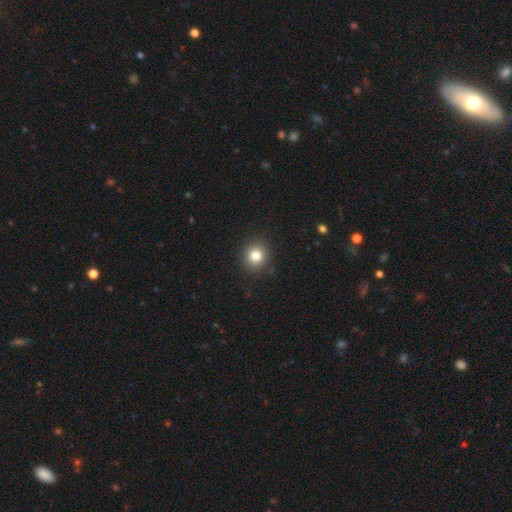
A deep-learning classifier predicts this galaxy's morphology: smooth-or-featured: smooth: 80% | star or artifact: 12% | featured or disk: 7%
  how-rounded: round: 85% | in between: 14% | cigar-shaped: 1%
  merging: none: 89% | minor disturbance: 8% | major disturbance: 2% | merger: 1%